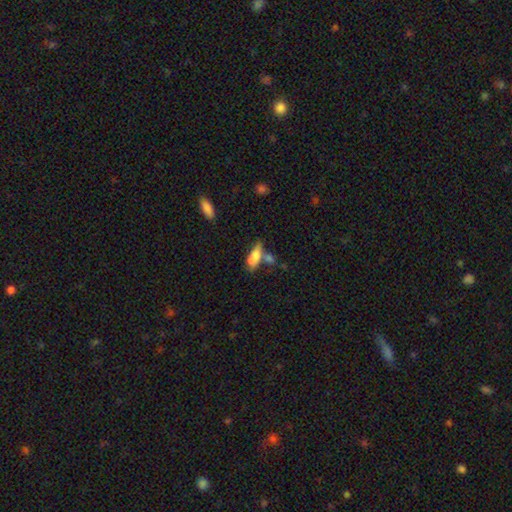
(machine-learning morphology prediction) type=smooth (63%); roundness=in between (68%); merging=merger (40%).